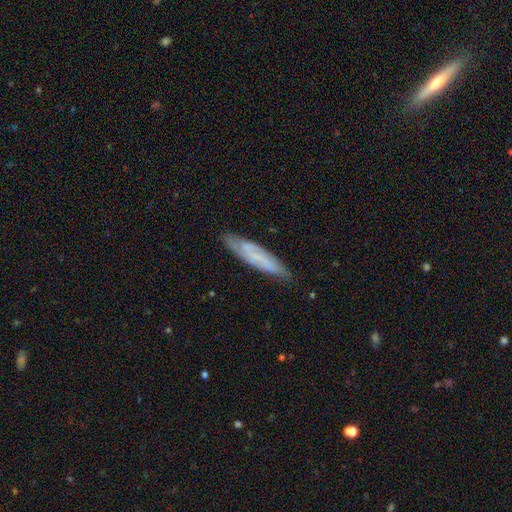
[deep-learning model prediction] Q: Smooth or featured?
A: featured or disk (46%); tied with: smooth (46%)
Q: Merging?
A: none (79%); runner-up: minor disturbance (16%)